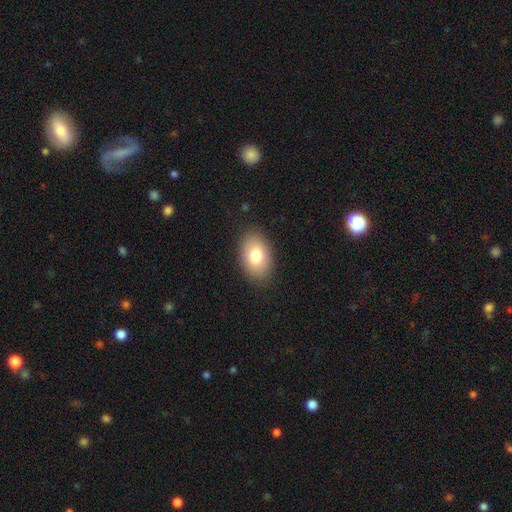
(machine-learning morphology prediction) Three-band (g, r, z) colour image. It shows a smooth galaxy with no disk features (77%) that is in between round and cigar-shaped (86%). Merging: none (87%).